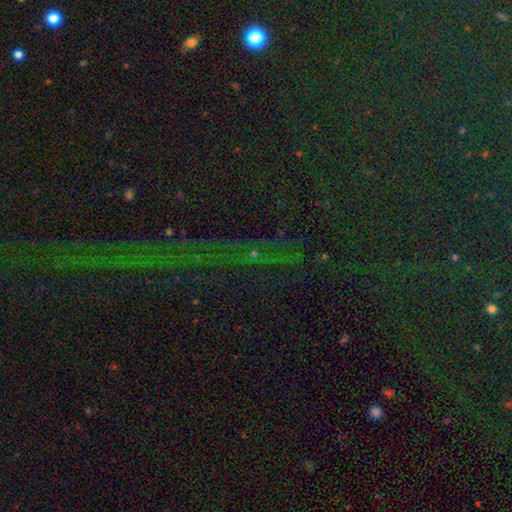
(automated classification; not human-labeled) Morphology: type=star or artifact (81%).